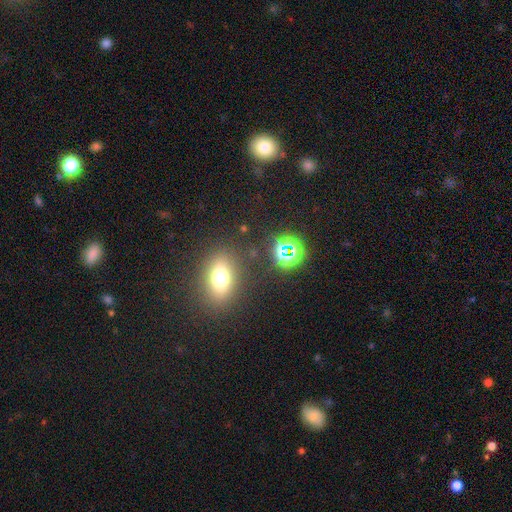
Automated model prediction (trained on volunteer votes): smooth-or-featured: smooth: 63% | star or artifact: 24% | featured or disk: 12%
  how-rounded: in between: 72% | round: 23% | cigar-shaped: 5%
  merging: none: 83% | minor disturbance: 9% | merger: 5% | major disturbance: 3%